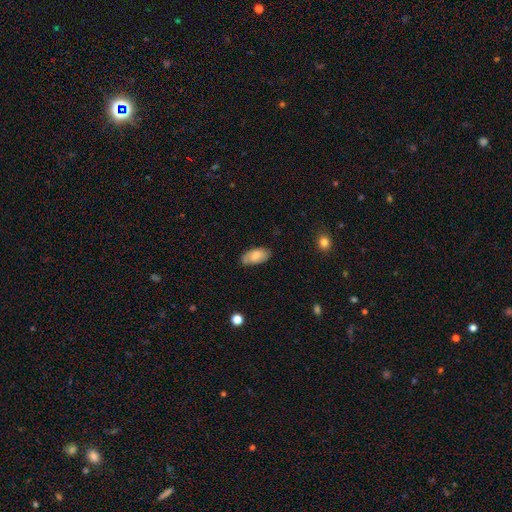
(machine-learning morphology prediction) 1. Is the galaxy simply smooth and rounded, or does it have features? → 71% smooth, 23% featured or disk, 7% star or artifact.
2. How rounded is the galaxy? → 93% in between, 4% cigar-shaped, 3% round.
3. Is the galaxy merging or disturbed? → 74% none, 21% minor disturbance, 4% major disturbance, 2% merger.